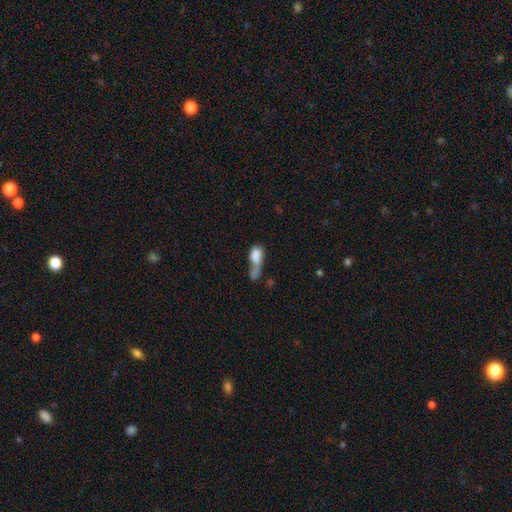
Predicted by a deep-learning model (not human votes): smooth 72%, featured or disk 19%, star or artifact 9%. Down the decision tree: how rounded — in between (72%); merging — merger (46%).